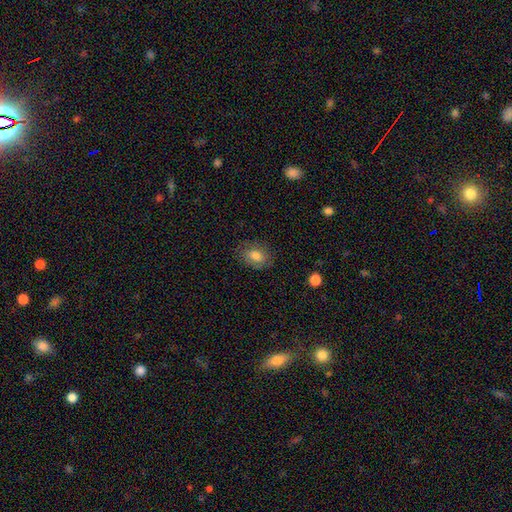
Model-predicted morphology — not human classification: Smooth or featured? smooth (78%)
How rounded? in between (71%)
Merging? none (80%)